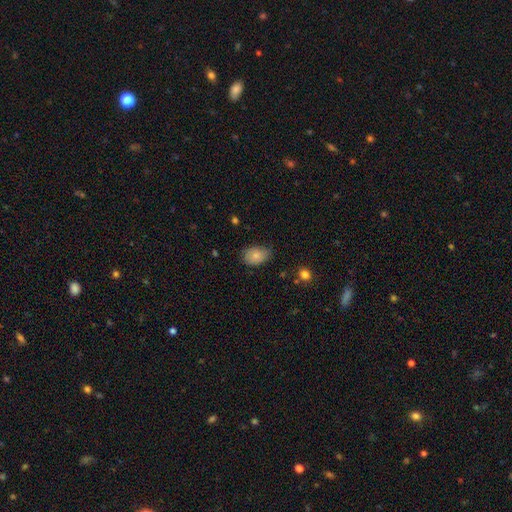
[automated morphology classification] The model was most divided on "merging": none: 64%, minor disturbance: 29%, major disturbance: 5%, merger: 1%. More confident: smooth or featured — smooth (83%); how rounded — in between (83%).